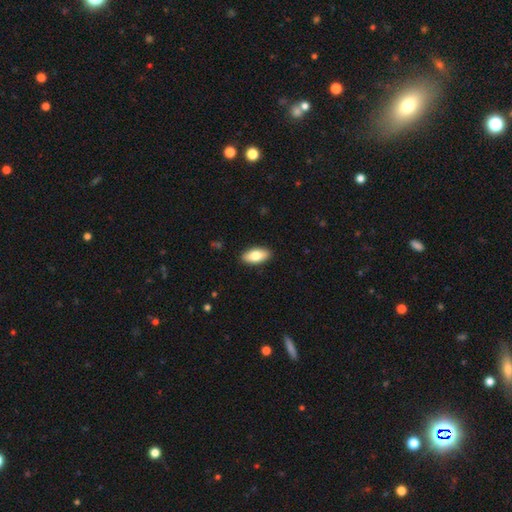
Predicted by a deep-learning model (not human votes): The model was most divided on "smooth or featured": smooth: 79%, featured or disk: 15%, star or artifact: 6%. More confident: merging — none (90%); how rounded — in between (89%).